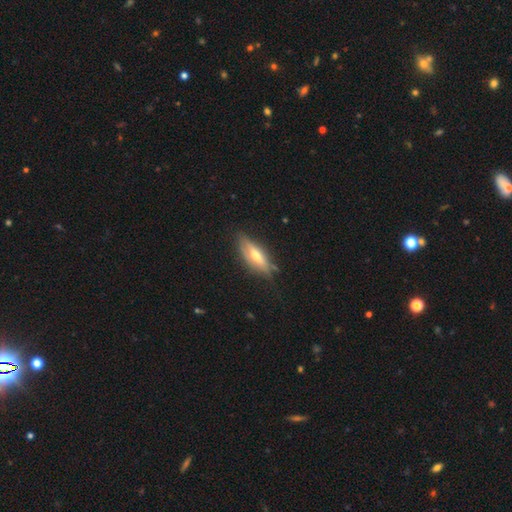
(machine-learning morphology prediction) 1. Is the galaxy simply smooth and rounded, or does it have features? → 53% featured or disk, 40% smooth, 7% star or artifact.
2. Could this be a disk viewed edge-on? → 81% yes, 19% no.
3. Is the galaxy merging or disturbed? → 78% none, 17% minor disturbance, 4% major disturbance, 2% merger.